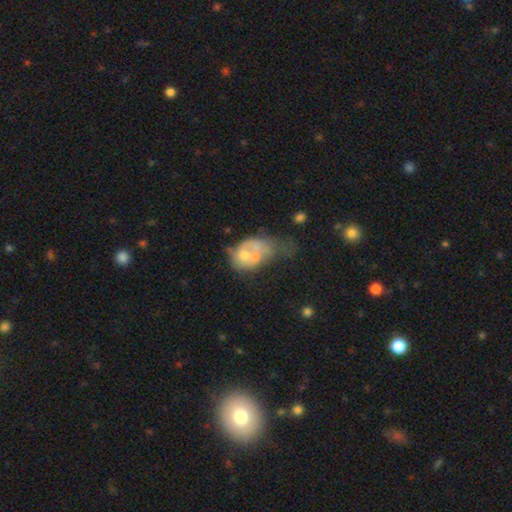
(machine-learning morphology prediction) A smooth galaxy with no disk features (47%). Merging: merger (42%).